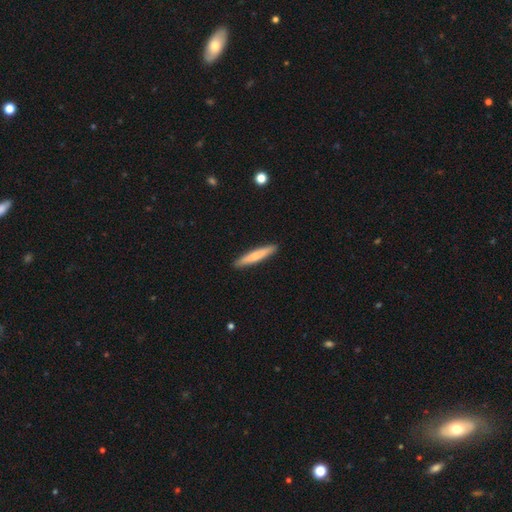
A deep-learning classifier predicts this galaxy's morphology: This appears to be a smooth galaxy with no disk features (66%) that is cigar-shaped (93%). Merging: none (92%).